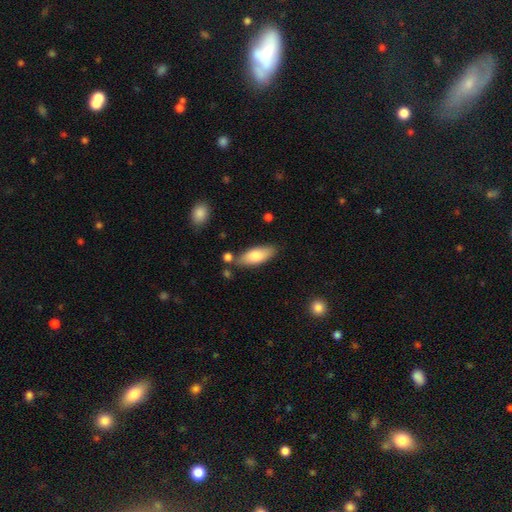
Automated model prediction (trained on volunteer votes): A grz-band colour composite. It shows a smooth galaxy with no disk features (79%) that is in between round and cigar-shaped (77%). Merging: none (75%).